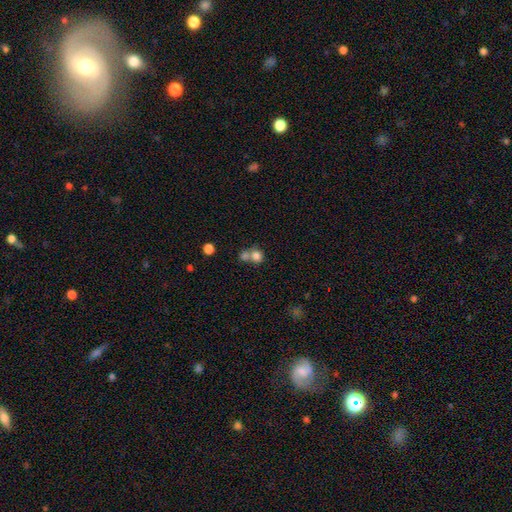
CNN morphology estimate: The model was most divided on "merging": merger: 51%, none: 38%, minor disturbance: 7%, major disturbance: 4%. More confident: how rounded — round (80%); smooth or featured — smooth (78%).